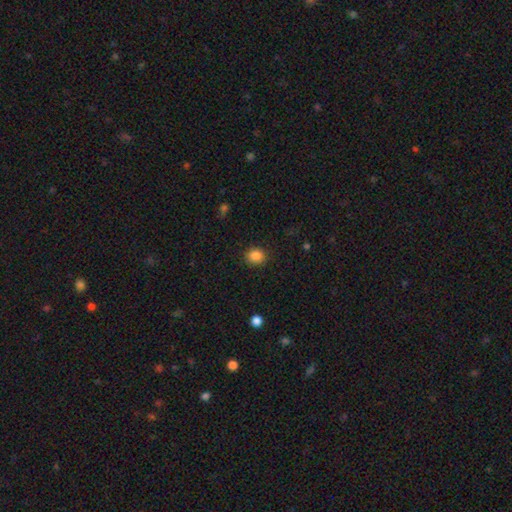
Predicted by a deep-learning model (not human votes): Smooth or featured? smooth (86%)
How rounded? round (77%)
Merging? none (88%)